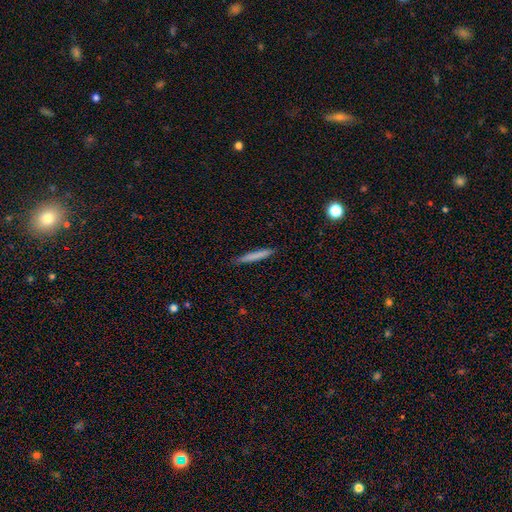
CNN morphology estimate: smooth_or_featured: smooth (p=0.76) [alt: featured or disk p=0.17]
how_rounded: cigar-shaped (p=0.95) [alt: in between p=0.03]
merging: none (p=0.88) [alt: minor disturbance p=0.09]